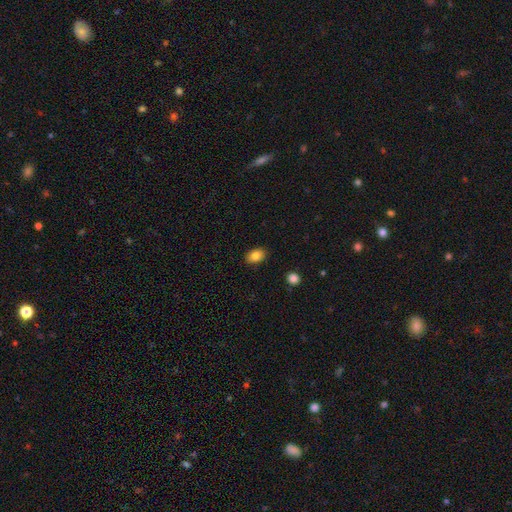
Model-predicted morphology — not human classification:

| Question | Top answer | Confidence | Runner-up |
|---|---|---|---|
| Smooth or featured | smooth | 86% | star or artifact (8%) |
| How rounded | in between | 83% | round (16%) |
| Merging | none | 88% | minor disturbance (9%) |